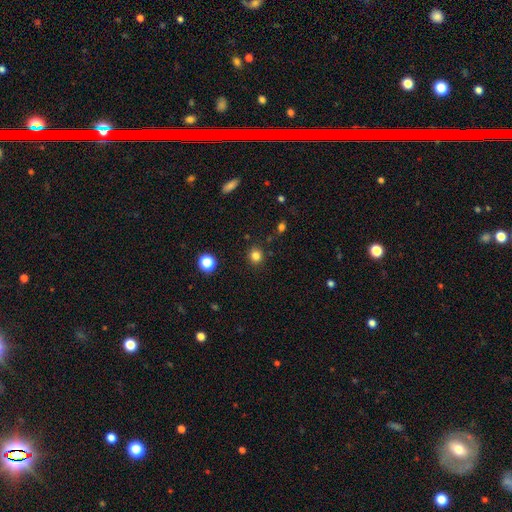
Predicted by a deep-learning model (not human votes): Smooth or featured: smooth — 82% (star or artifact — 13%)
How rounded: round — 87% (in between — 12%)
Merging: none — 89% (minor disturbance — 7%)